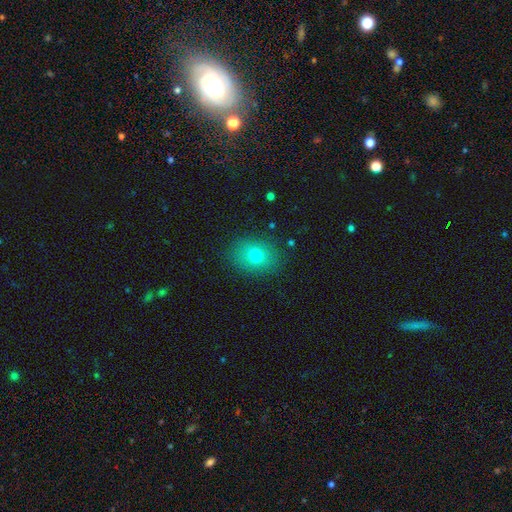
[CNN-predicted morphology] smooth 74%, star or artifact 13%, featured or disk 13%. Down the decision tree: how rounded — in between (50%); merging — none (84%).